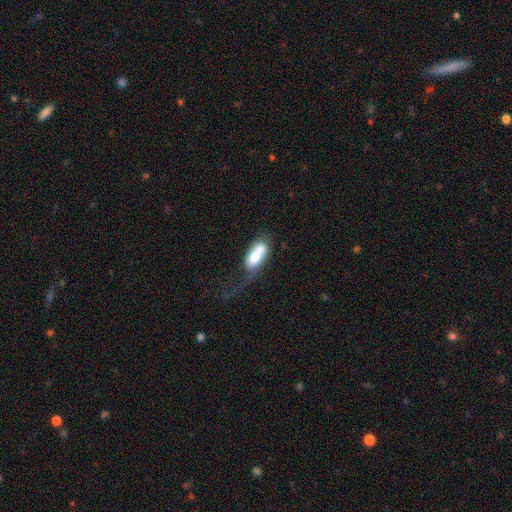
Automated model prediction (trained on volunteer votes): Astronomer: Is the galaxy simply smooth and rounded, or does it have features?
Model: smooth — 62%.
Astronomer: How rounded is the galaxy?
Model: in between — 82%.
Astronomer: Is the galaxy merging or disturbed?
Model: merger — 57%.